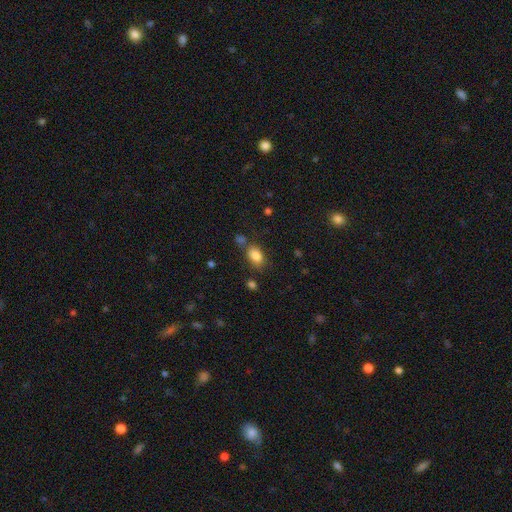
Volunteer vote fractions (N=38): This appears to be a smooth galaxy with no disk features (89%) that is in between round and cigar-shaped (94%). Merging: none (72%).